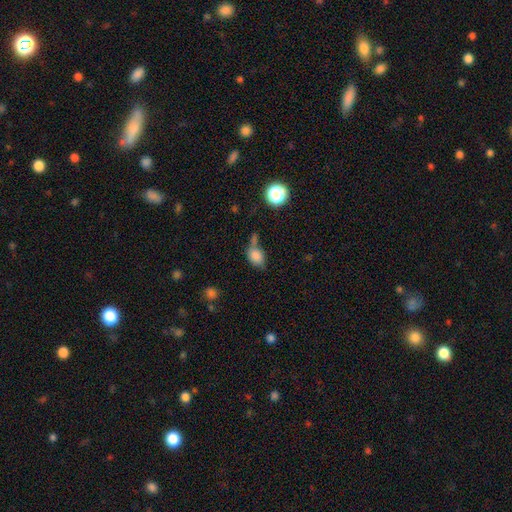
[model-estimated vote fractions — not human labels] smooth-or-featured: smooth: 82% | star or artifact: 10% | featured or disk: 7%
  how-rounded: in between: 66% | round: 32% | cigar-shaped: 2%
  merging: none: 41% | merger: 28% | minor disturbance: 21% | major disturbance: 11%